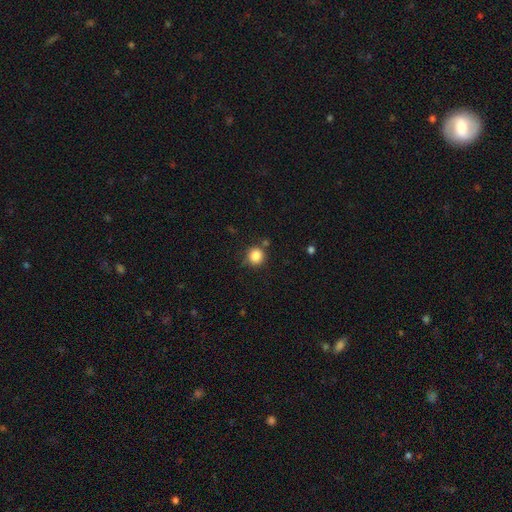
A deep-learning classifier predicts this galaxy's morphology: Smooth or featured? Predicted: smooth (p=0.85). How rounded? Predicted: round (p=0.91). Merging? Predicted: none (p=0.79).